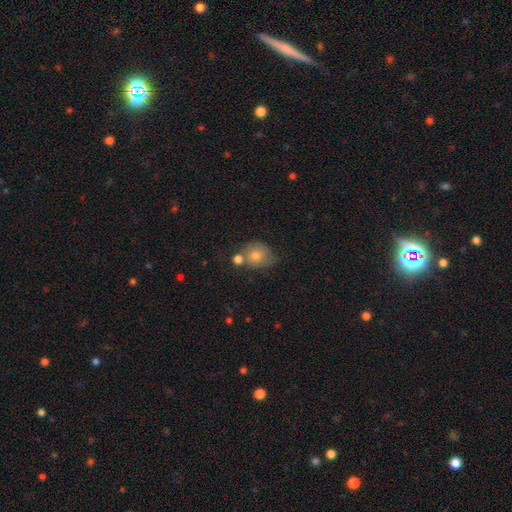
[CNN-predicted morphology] smooth 66%, featured or disk 21%, star or artifact 12%. Down the decision tree: how rounded — round (58%); merging — none (50%).